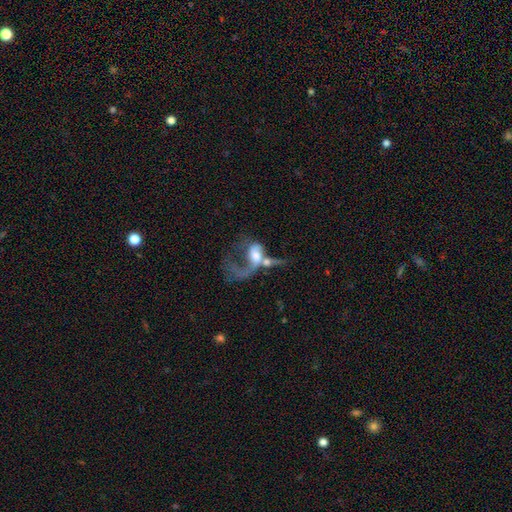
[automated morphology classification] This is likely a featured or disk galaxy (62%). It is clearly not viewed edge-on (94%). Bar: likely no (64%). Spiral arm pattern: likely yes (64%). Central bulge: possibly moderate (48%). Merging: possibly merger (53%).